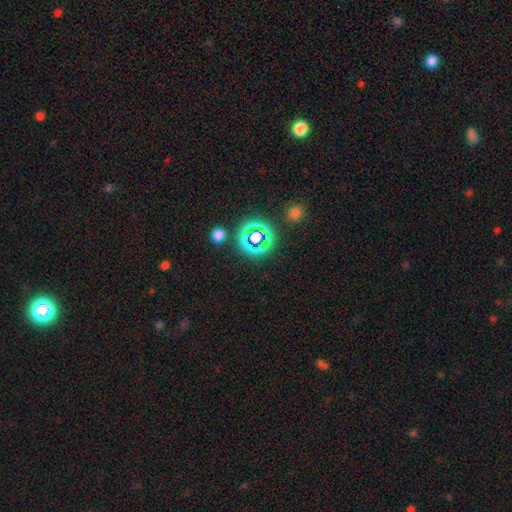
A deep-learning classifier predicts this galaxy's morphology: This is possibly a star or artifact rather than a galaxy (53%).